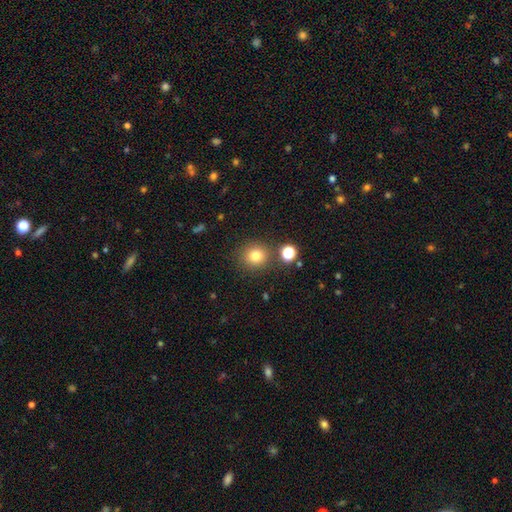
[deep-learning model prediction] Smooth or featured? smooth (79%)
How rounded? round (89%)
Merging? none (82%)